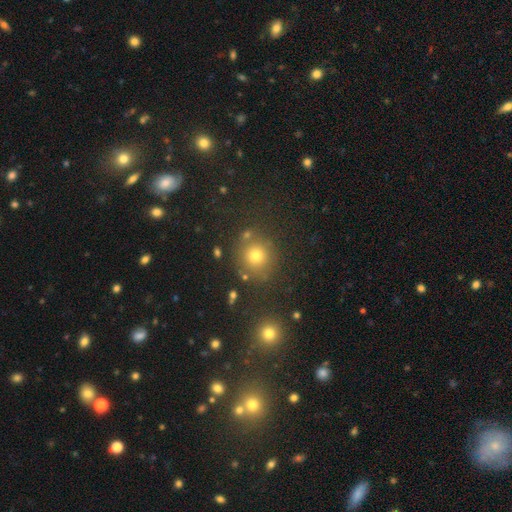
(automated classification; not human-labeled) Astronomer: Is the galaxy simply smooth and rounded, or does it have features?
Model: smooth — 70%.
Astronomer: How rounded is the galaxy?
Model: round — 90%.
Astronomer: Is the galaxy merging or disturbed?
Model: none — 80%.